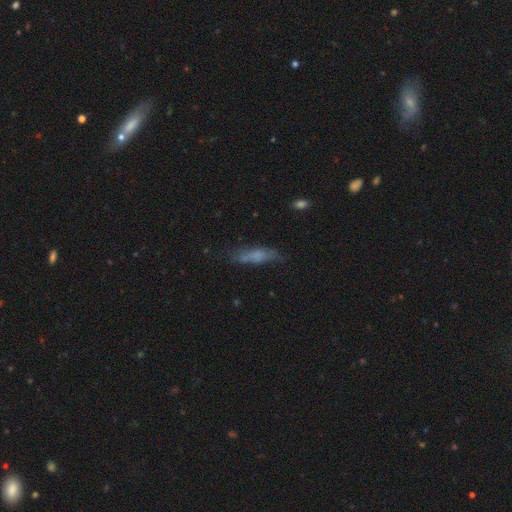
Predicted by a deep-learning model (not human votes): Q: Smooth or featured?
A: smooth (62%); runner-up: featured or disk (28%)
Q: How rounded?
A: cigar-shaped (68%); runner-up: in between (29%)
Q: Merging?
A: none (60%); runner-up: minor disturbance (26%)